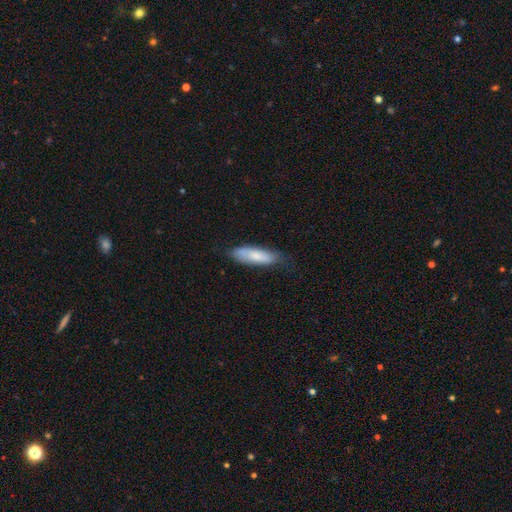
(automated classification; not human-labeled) Smooth or featured?
  - smooth: 77% *
  - featured or disk: 18%
  - star or artifact: 6%
How rounded?
  - cigar-shaped: 54% *
  - in between: 45%
  - round: 2%
Merging?
  - none: 70% *
  - minor disturbance: 24%
  - major disturbance: 5%
  - merger: 1%